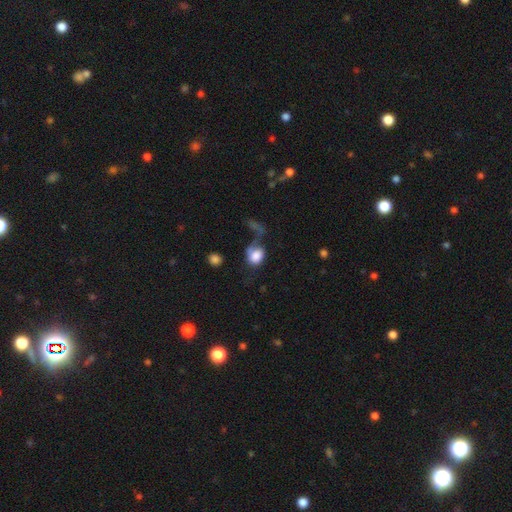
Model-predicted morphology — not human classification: smooth_or_featured: smooth (p=0.77) [alt: featured or disk p=0.14]
how_rounded: in between (p=0.50) [alt: round p=0.49]
merging: major disturbance (p=0.34) [alt: none p=0.29]